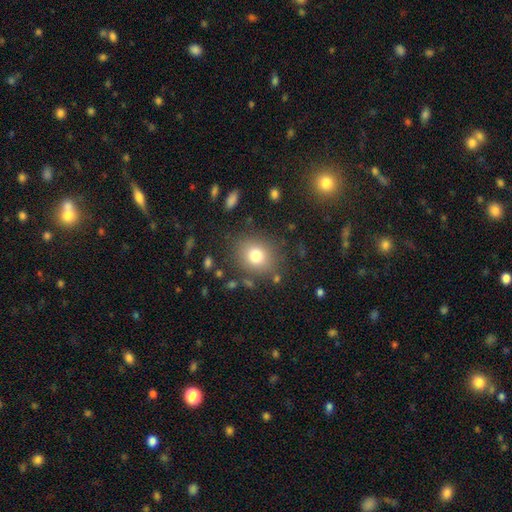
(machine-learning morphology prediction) This is likely a smooth galaxy (77%). How rounded: likely round (66%). Merging: clearly none (82%).